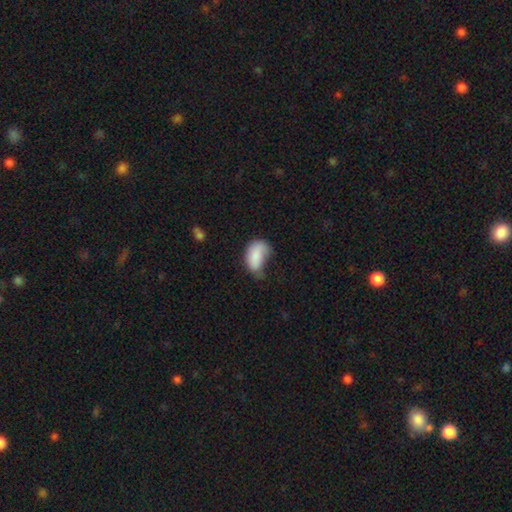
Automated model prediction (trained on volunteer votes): Q: Smooth or featured?
A: smooth (82%); runner-up: featured or disk (11%)
Q: How rounded?
A: in between (91%); runner-up: round (7%)
Q: Merging?
A: minor disturbance (39%); runner-up: major disturbance (30%)